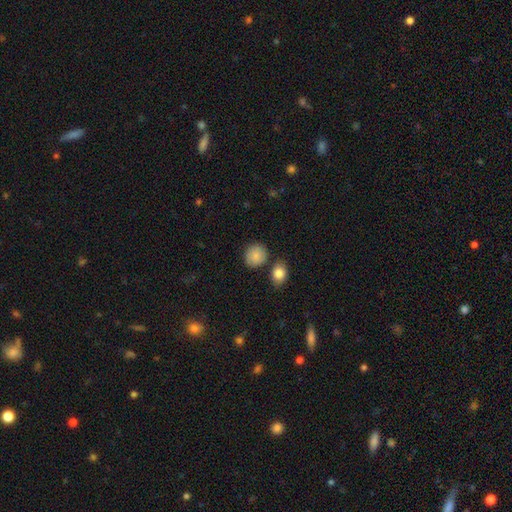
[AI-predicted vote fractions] This is clearly a smooth galaxy (84%). How rounded: likely round (78%). Merging: likely none (75%).